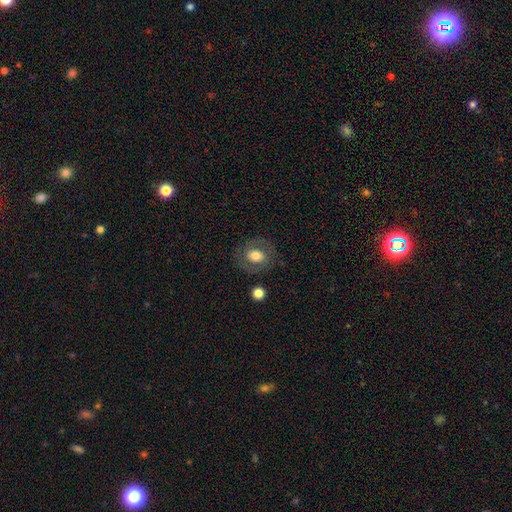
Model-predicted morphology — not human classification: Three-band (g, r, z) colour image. It shows a smooth galaxy with no disk features (56%) that is round (59%). Merging: none (79%).